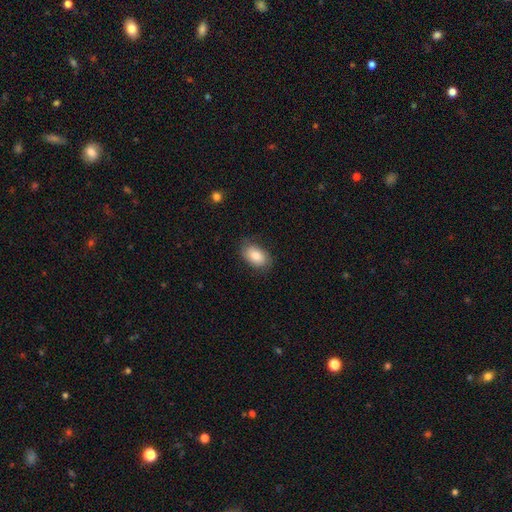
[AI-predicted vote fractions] This is clearly a smooth galaxy (81%). How rounded: clearly in between (87%). Merging: likely none (80%).